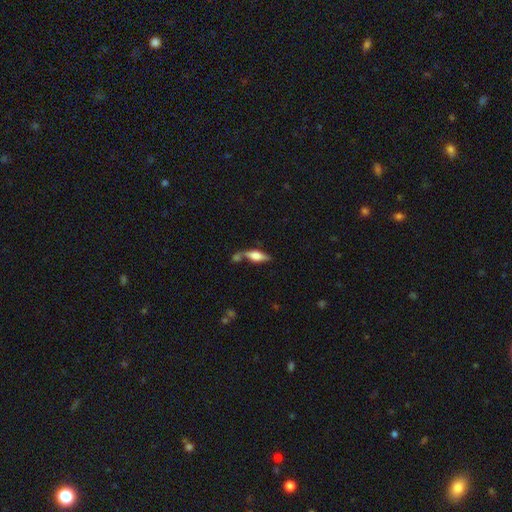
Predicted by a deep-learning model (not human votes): This appears to be a smooth galaxy with no disk features (47%). Merging: none (51%).